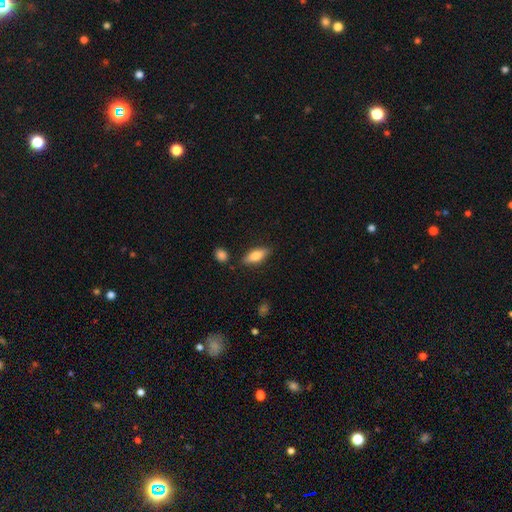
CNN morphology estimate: Smooth or featured? Predicted: smooth (p=0.71). How rounded? Predicted: in between (p=0.68). Merging? Predicted: none (p=0.83).